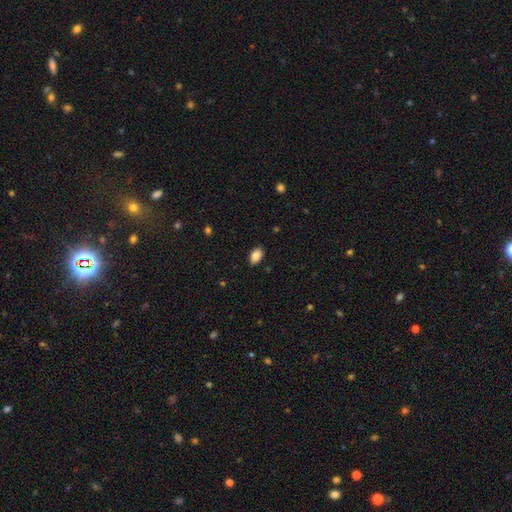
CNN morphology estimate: smooth 85%, star or artifact 8%, featured or disk 7%. Down the decision tree: how rounded — in between (90%); merging — none (88%).